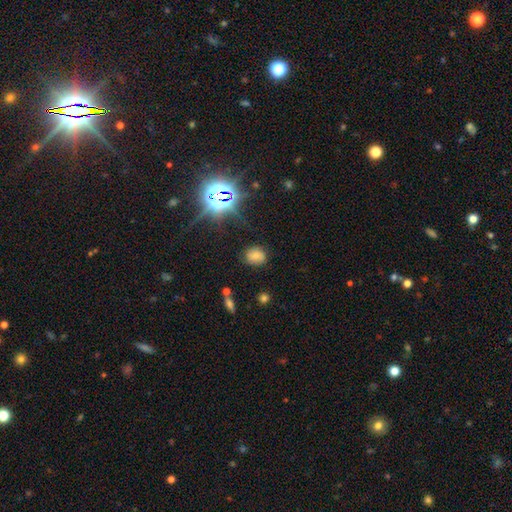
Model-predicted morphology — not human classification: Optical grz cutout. It shows a smooth galaxy with no disk features (66%) that is round (52%). Merging: none (78%).